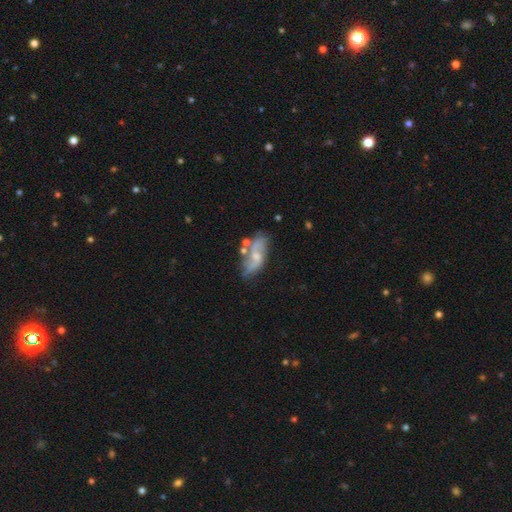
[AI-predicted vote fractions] Smooth or featured: featured or disk — 70% (smooth — 22%)
Edge-on disk: no — 92% (yes — 8%)
Bar: no — 53% (weak — 39%)
Spiral arms: yes — 86% (no — 14%)
Spiral winding: loose — 60% (medium — 30%)
Spiral arm count: 2 — 83% (can't tell — 10%)
Bulge size: small — 47% (moderate — 40%)
Merging: none — 55% (minor disturbance — 23%)